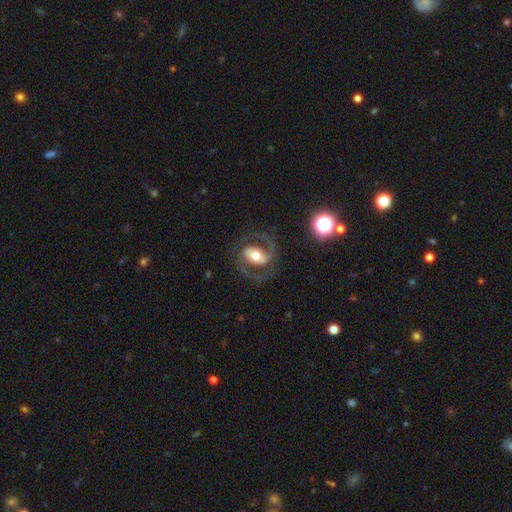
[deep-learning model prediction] A featured or disk galaxy (88%) with a strong bar (43%), 2 (93%) medium (63%) spiral arms (96%) and a moderate central bulge (68%). Merging: none (79%).